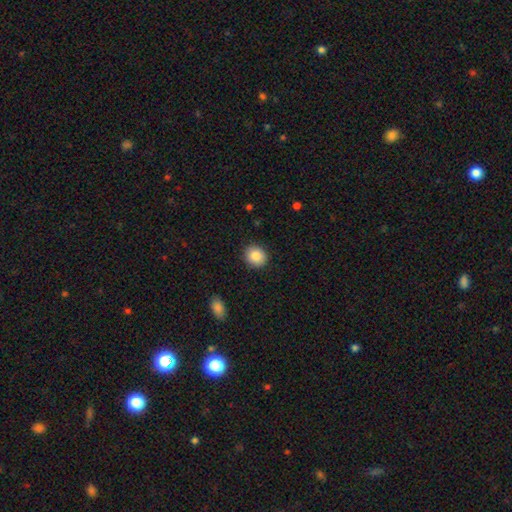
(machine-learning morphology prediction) This is clearly a smooth galaxy (87%). How rounded: likely round (76%). Merging: clearly none (91%).